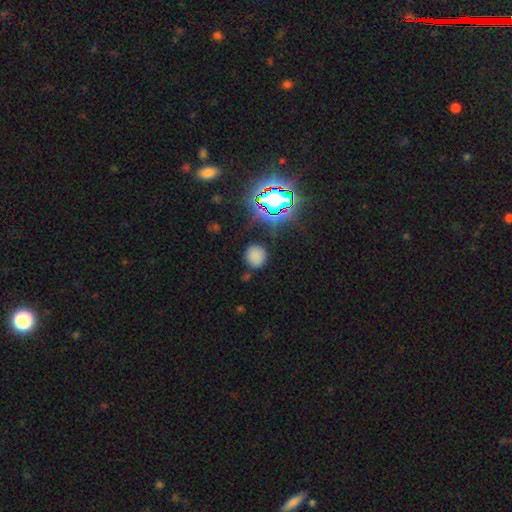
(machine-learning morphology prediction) This appears to be a smooth galaxy with no disk features (73%) that is round (86%). Merging: none (80%).